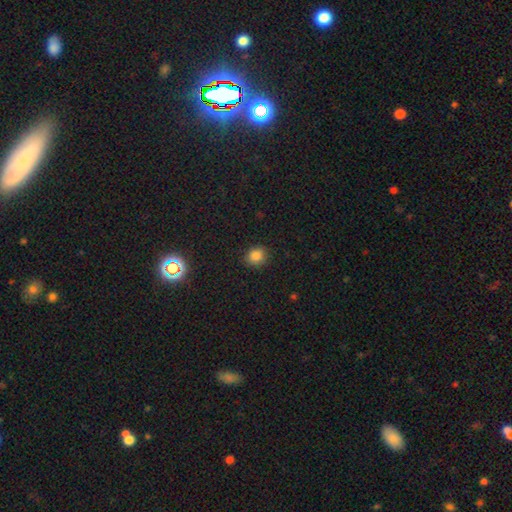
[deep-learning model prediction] A smooth galaxy with no disk features (84%) that is round (76%).

Vote fractions:
- Smooth or featured? smooth: 84% / star or artifact: 12% / featured or disk: 4%
- How rounded? round: 76% / in between: 23% / cigar-shaped: 1%
- Merging? none: 89% / minor disturbance: 8% / major disturbance: 2% / merger: 1%